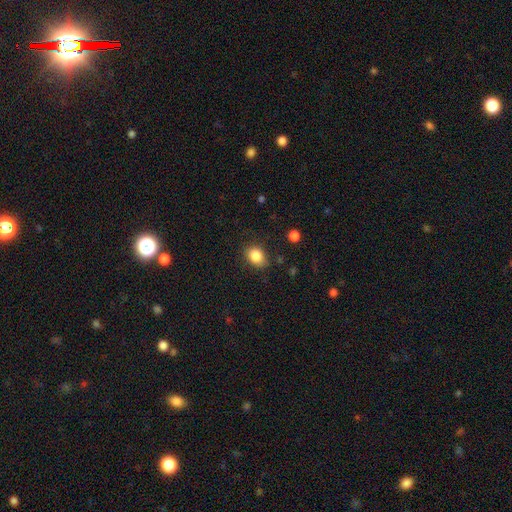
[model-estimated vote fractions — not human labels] smooth-or-featured: smooth: 85% | star or artifact: 9% | featured or disk: 5%
  how-rounded: in between: 58% | round: 41% | cigar-shaped: 1%
  merging: none: 81% | minor disturbance: 14% | major disturbance: 3% | merger: 2%